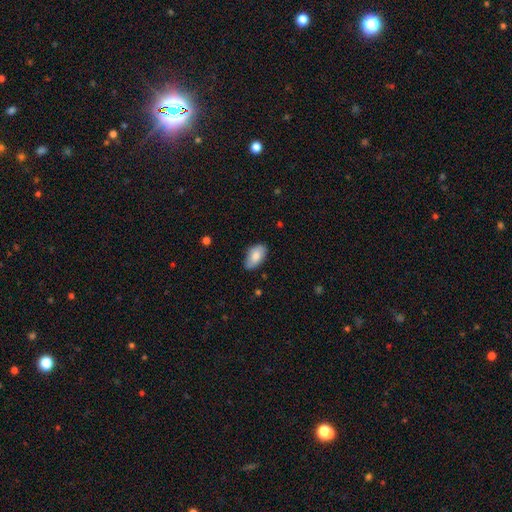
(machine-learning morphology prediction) smooth_or_featured: smooth (p=0.81) [alt: featured or disk p=0.12]
how_rounded: in between (p=0.94) [alt: round p=0.04]
merging: none (p=0.75) [alt: minor disturbance p=0.21]